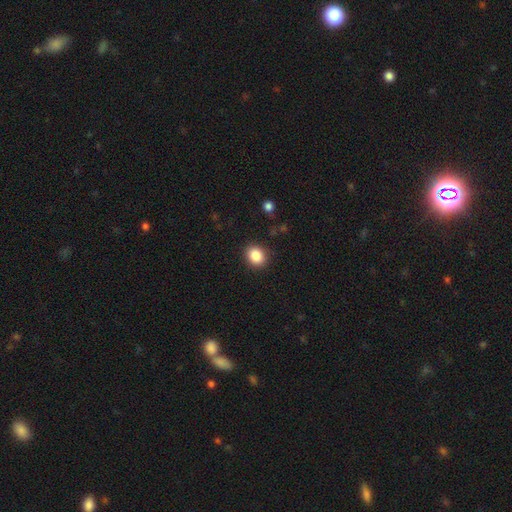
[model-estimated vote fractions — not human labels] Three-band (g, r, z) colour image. It shows a smooth galaxy with no disk features (87%) that is round (59%). Merging: none (89%).